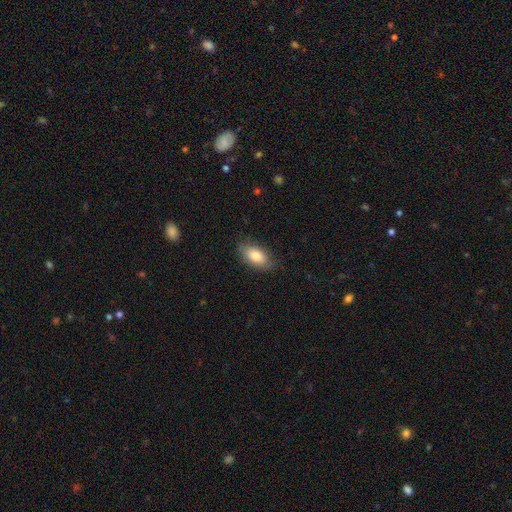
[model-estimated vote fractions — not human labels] Smooth or featured?
  - smooth: 82% *
  - featured or disk: 11%
  - star or artifact: 7%
How rounded?
  - in between: 90% *
  - cigar-shaped: 5%
  - round: 4%
Merging?
  - none: 82% *
  - minor disturbance: 14%
  - major disturbance: 3%
  - merger: 1%